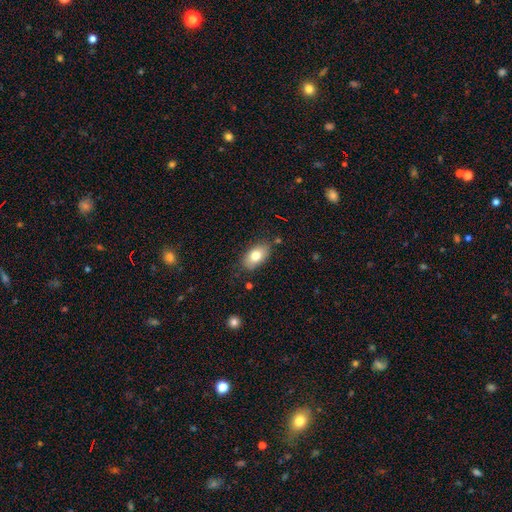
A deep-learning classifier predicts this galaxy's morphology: This is likely a smooth galaxy (78%). How rounded: clearly in between (91%). Merging: clearly none (81%).